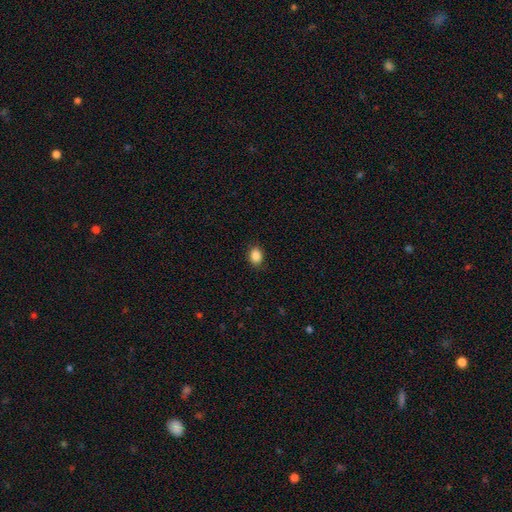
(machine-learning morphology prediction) Smooth or featured: smooth — 88% (star or artifact — 9%)
How rounded: in between — 59% (round — 40%)
Merging: none — 87% (minor disturbance — 10%)